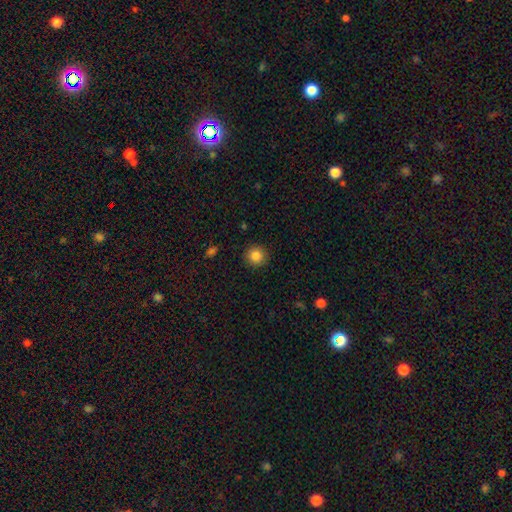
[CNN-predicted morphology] Overall: smooth (85%). How rounded: round (94%). Merging: none (91%).